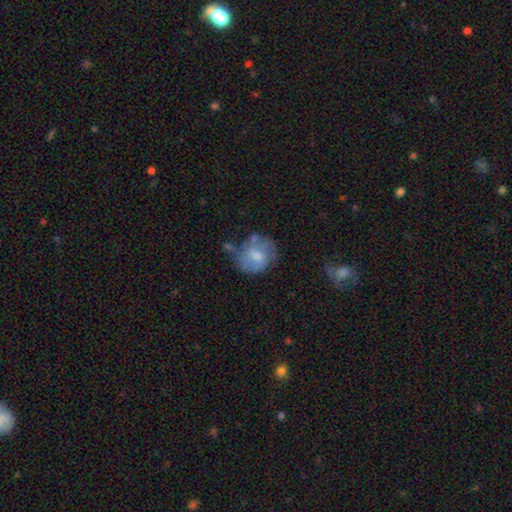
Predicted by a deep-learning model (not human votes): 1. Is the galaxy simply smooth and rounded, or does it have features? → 49% smooth, 43% featured or disk, 8% star or artifact.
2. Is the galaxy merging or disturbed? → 44% none, 29% minor disturbance, 19% major disturbance, 8% merger.